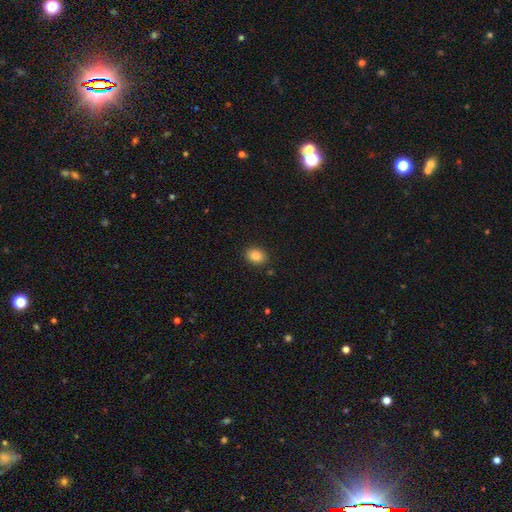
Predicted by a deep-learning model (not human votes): Overall: smooth (85%). How rounded: in between (63%; round 36%). Merging: none (89%).